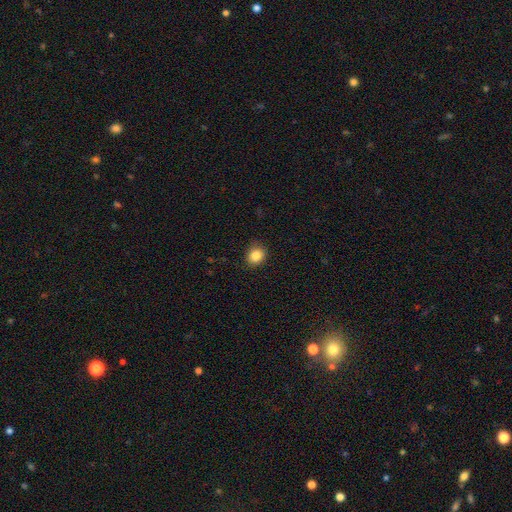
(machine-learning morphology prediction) Smooth or featured? Predicted: smooth (p=0.85). How rounded? Predicted: round (p=0.72). Merging? Predicted: none (p=0.87).